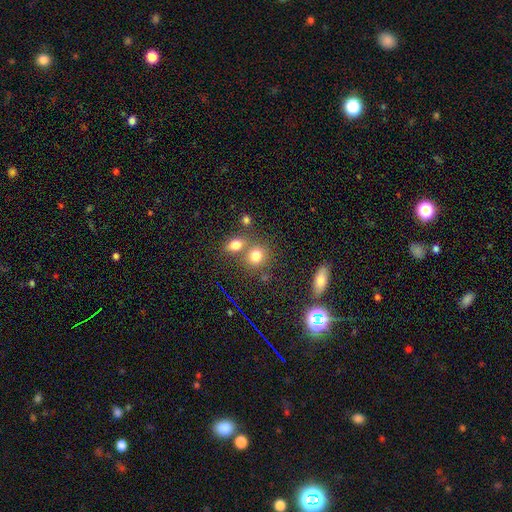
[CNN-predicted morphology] smooth 75%, star or artifact 15%, featured or disk 10%. Down the decision tree: how rounded — round (71%); merging — none (57%).